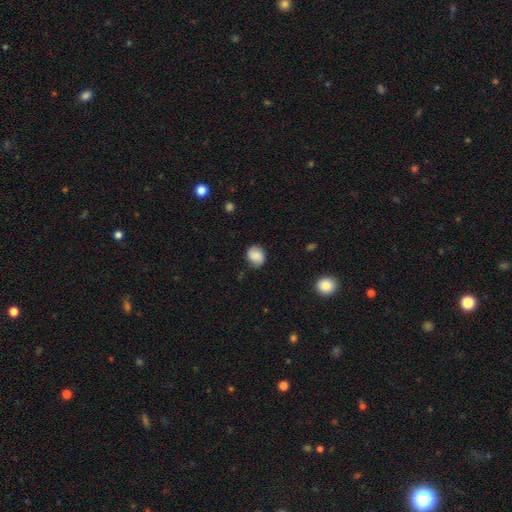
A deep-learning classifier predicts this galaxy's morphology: smooth_or_featured: smooth (p=0.72) [alt: featured or disk p=0.19]
how_rounded: round (p=0.64) [alt: in between p=0.35]
merging: none (p=0.80) [alt: minor disturbance p=0.16]